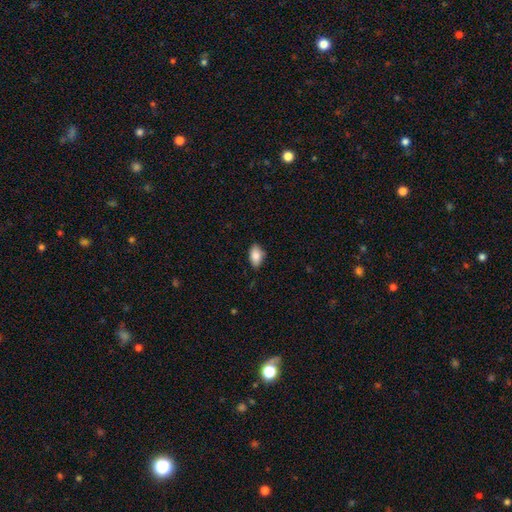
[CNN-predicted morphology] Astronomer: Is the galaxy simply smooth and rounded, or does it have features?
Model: smooth — 85%.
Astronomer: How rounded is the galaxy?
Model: in between — 91%.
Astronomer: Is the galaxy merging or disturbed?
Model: none — 81%.